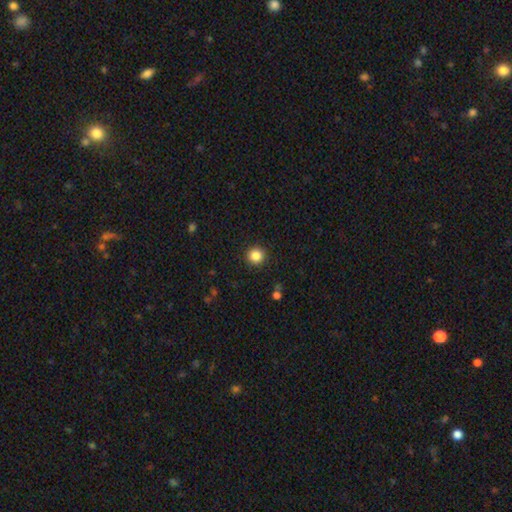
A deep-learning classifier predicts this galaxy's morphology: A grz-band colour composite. It shows a smooth galaxy with no disk features (85%) that is round (93%). Merging: none (92%).